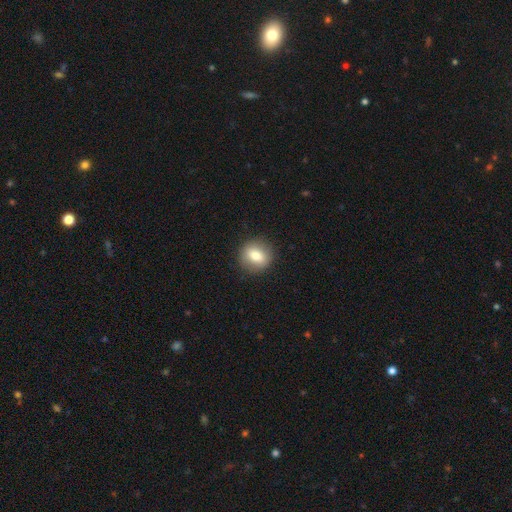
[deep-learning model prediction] This is likely a smooth galaxy (74%). How rounded: clearly round (82%). Merging: clearly none (88%).